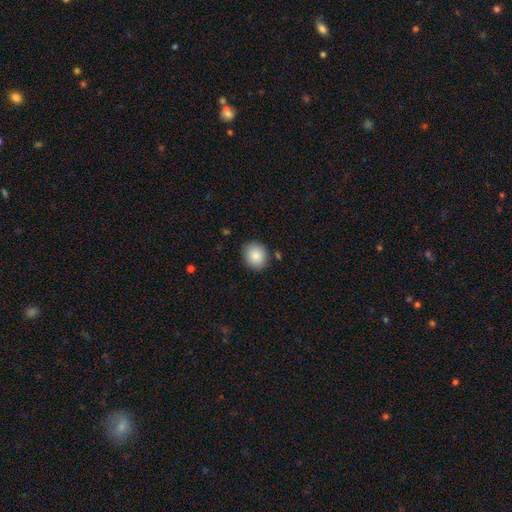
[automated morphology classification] A smooth galaxy with no disk features (87%) that is round (74%). Merging: none (86%).